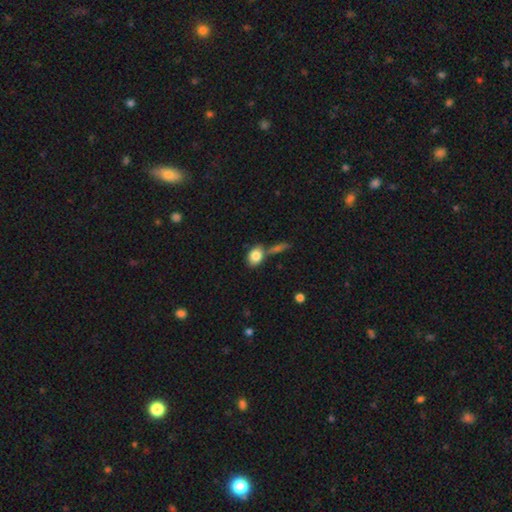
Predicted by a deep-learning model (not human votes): smooth-or-featured: smooth: 81% | featured or disk: 11% | star or artifact: 8%
  how-rounded: in between: 69% | round: 28% | cigar-shaped: 2%
  merging: none: 52% | merger: 28% | minor disturbance: 15% | major disturbance: 6%